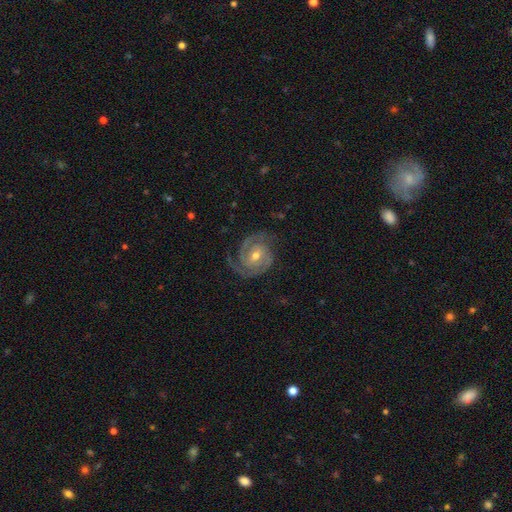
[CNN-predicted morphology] featured or disk 91%, star or artifact 5%, smooth 4%. Down the decision tree: edge-on disk — no (98%); bar — no (49%); spiral arms — yes (98%); spiral arm count — 2 (70%); spiral winding — tight (63%); bulge size — moderate (57%); merging — none (78%).